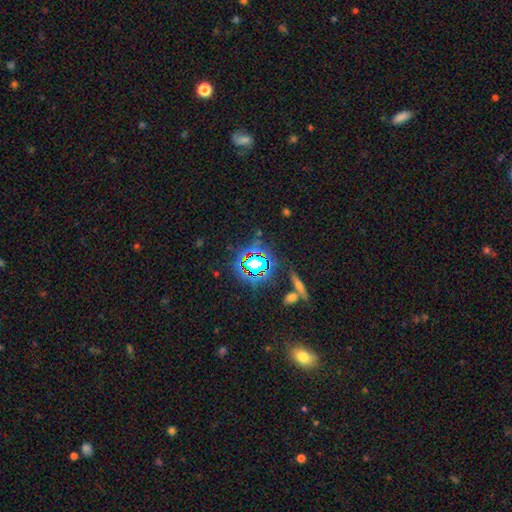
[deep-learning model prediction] Overall: star or artifact (77%).